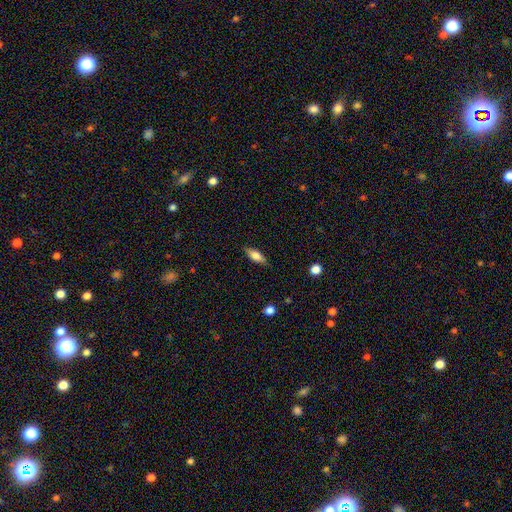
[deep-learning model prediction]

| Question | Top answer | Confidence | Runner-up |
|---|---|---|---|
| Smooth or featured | smooth | 69% | featured or disk (23%) |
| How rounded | in between | 71% | cigar-shaped (26%) |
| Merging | none | 82% | minor disturbance (13%) |